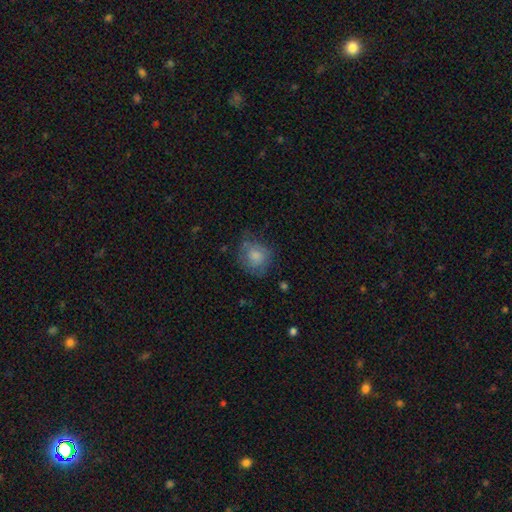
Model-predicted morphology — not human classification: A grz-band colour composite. It shows a smooth galaxy with no disk features (71%) that is round (74%). Merging: none (56%).